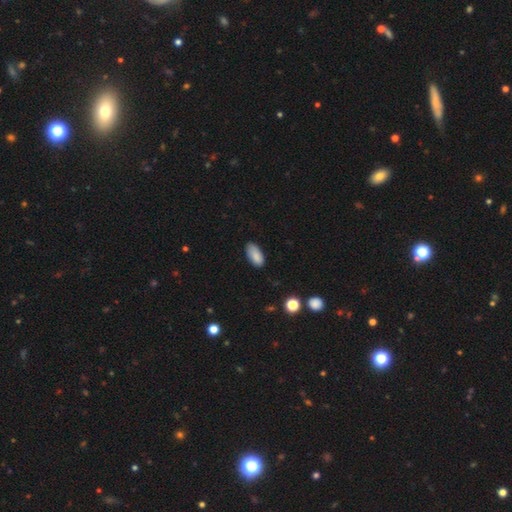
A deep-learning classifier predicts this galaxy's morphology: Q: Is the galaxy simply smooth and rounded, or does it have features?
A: smooth — 87%.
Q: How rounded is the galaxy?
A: in between — 92%.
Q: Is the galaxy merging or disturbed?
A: none — 77%.